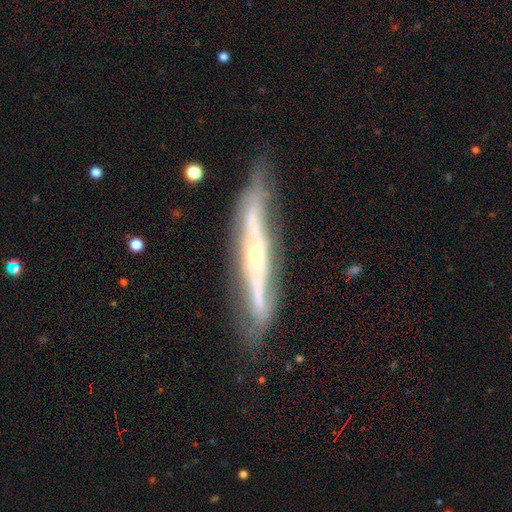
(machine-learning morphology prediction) Q: Smooth or featured?
A: featured or disk (77%); runner-up: smooth (17%)
Q: Edge-on disk?
A: yes (73%); runner-up: no (27%)
Q: Edge-on bulge?
A: rounded (66%); runner-up: none (29%)
Q: Merging?
A: none (69%); runner-up: minor disturbance (21%)